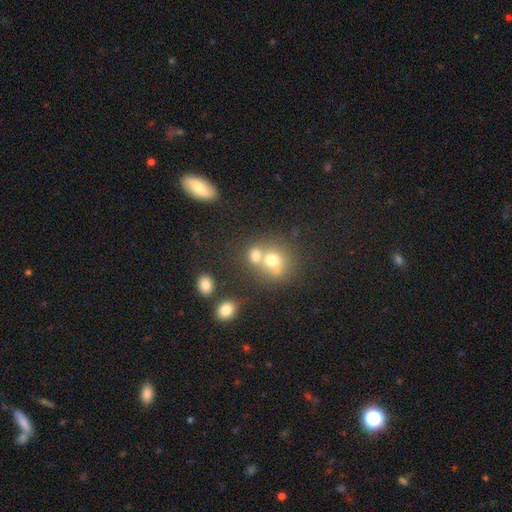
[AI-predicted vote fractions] Morphology: type=smooth (70%); roundness=round (74%); merging=merger (51%).